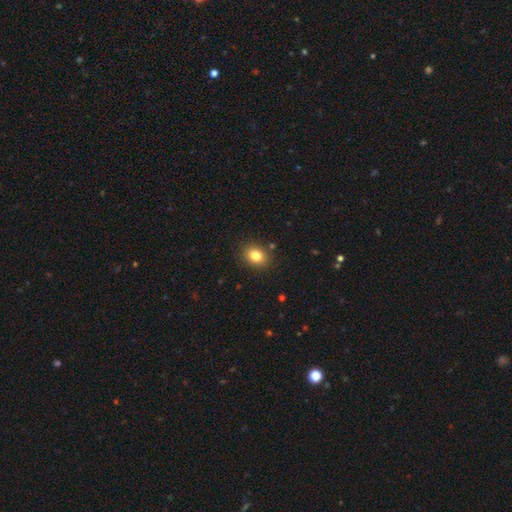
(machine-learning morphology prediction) The model was most divided on "how rounded": in between: 56%, round: 43%, cigar-shaped: 1%. More confident: merging — none (86%); smooth or featured — smooth (83%).